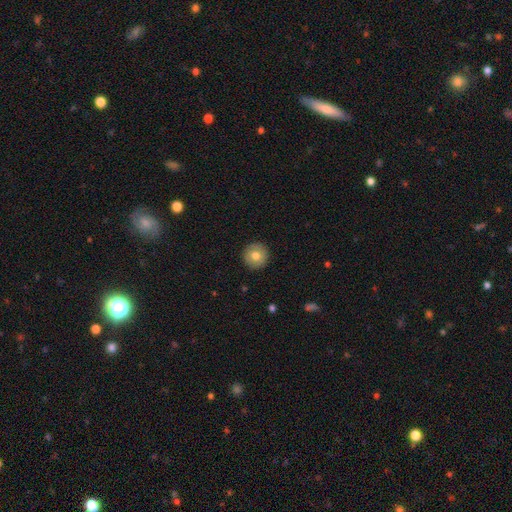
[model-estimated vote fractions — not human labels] smooth 75%, featured or disk 17%, star or artifact 8%. Down the decision tree: how rounded — round (95%); merging — none (92%).